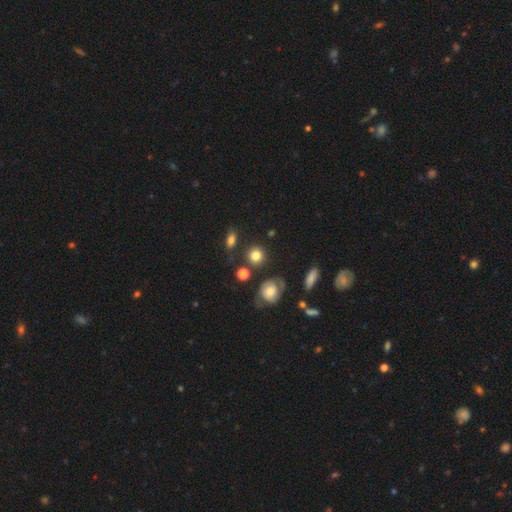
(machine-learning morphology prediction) type=smooth (81%); roundness=round (84%); merging=none (78%).